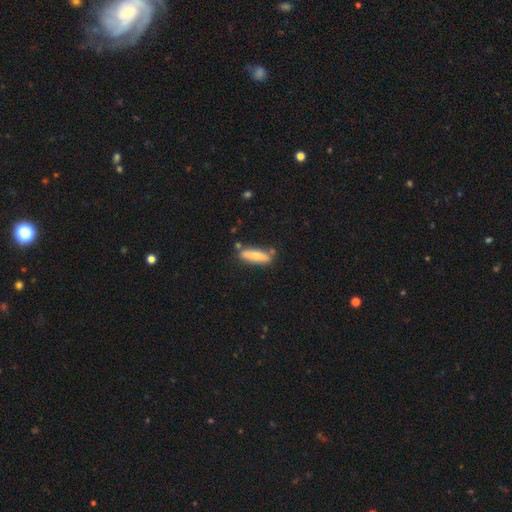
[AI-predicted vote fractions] smooth 65%, featured or disk 29%, star or artifact 6%. Down the decision tree: how rounded — cigar-shaped (73%); merging — none (78%).